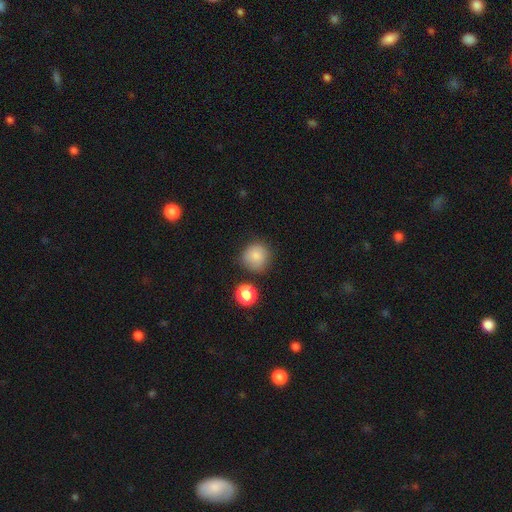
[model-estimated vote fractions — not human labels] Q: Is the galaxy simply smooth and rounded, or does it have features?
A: smooth — 85%.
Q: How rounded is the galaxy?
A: round — 92%.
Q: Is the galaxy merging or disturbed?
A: none — 77%.